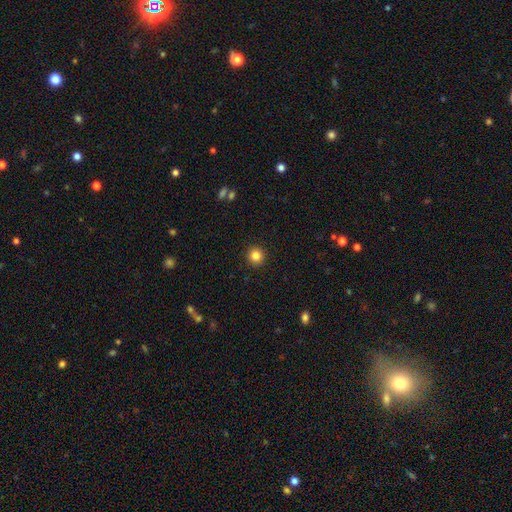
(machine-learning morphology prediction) The model was most divided on "smooth or featured": smooth: 83%, star or artifact: 11%, featured or disk: 5%. More confident: how rounded — round (95%); merging — none (93%).